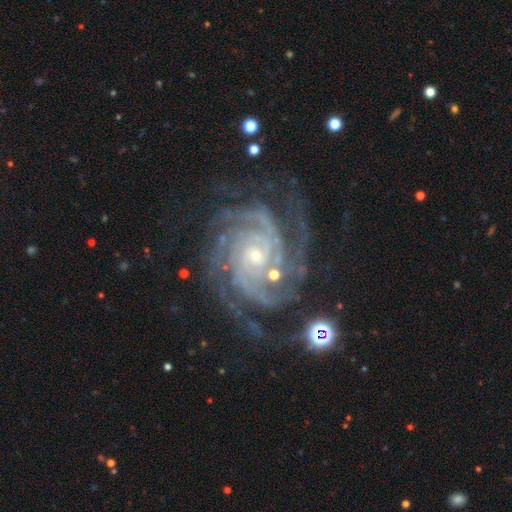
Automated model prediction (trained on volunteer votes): Smooth or featured? Predicted: featured or disk (p=0.93). Edge-on disk? Predicted: no (p=0.98). Bar? Predicted: no (p=0.70). Spiral arms? Predicted: yes (p=0.99). Spiral winding? Predicted: tight (p=0.75). Spiral arm count? Predicted: 4 (p=0.27). Bulge size? Predicted: small (p=0.72). Merging? Predicted: none (p=0.72).